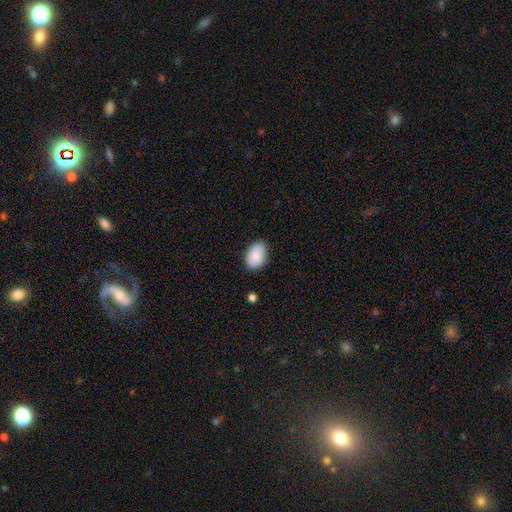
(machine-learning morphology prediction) smooth 87%, featured or disk 7%, star or artifact 6%. Down the decision tree: how rounded — in between (87%); merging — none (81%).